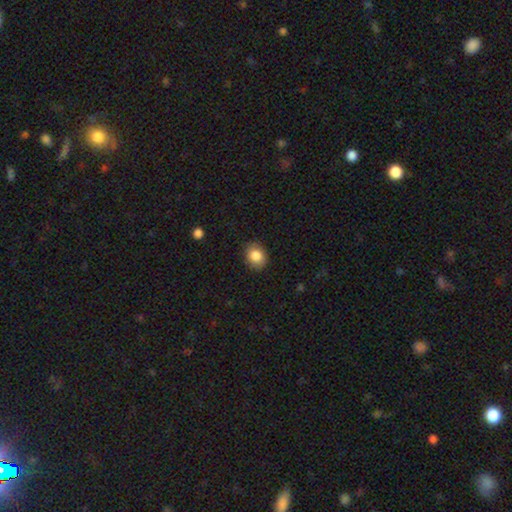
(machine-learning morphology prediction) smooth 86%, star or artifact 9%, featured or disk 6%. Down the decision tree: how rounded — round (60%); merging — none (86%).